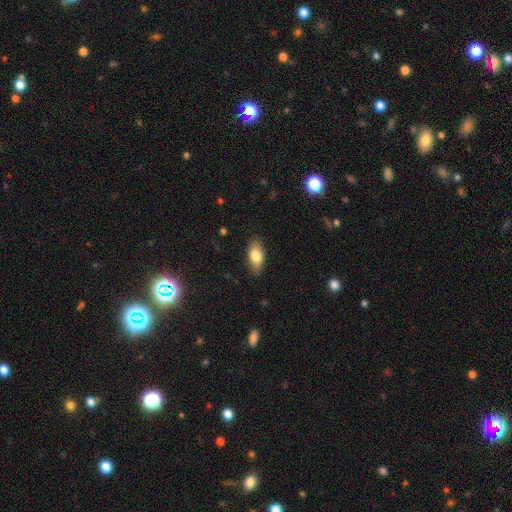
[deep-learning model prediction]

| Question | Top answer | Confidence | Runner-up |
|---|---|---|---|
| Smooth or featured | smooth | 78% | featured or disk (15%) |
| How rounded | in between | 87% | cigar-shaped (9%) |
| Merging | none | 86% | minor disturbance (11%) |